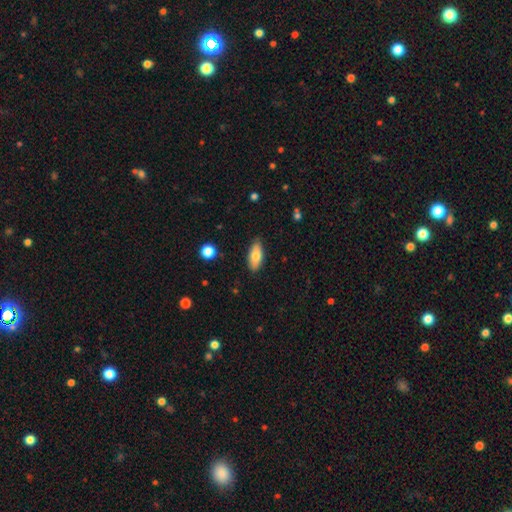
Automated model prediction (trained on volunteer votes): This appears to be a smooth galaxy with no disk features (76%) that is in between round and cigar-shaped (87%). Merging: none (85%).